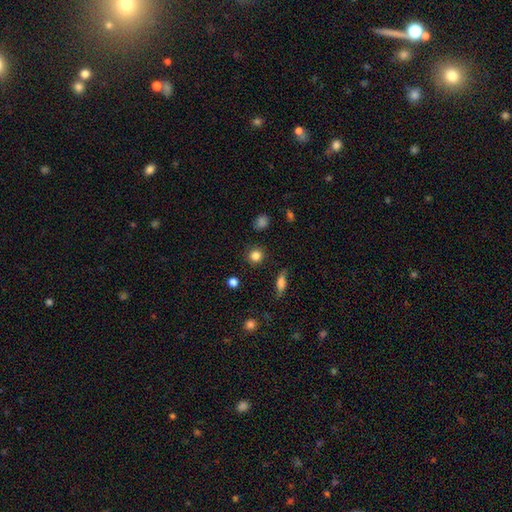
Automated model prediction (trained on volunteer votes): Overall: smooth (84%). How rounded: round (90%). Merging: none (88%).